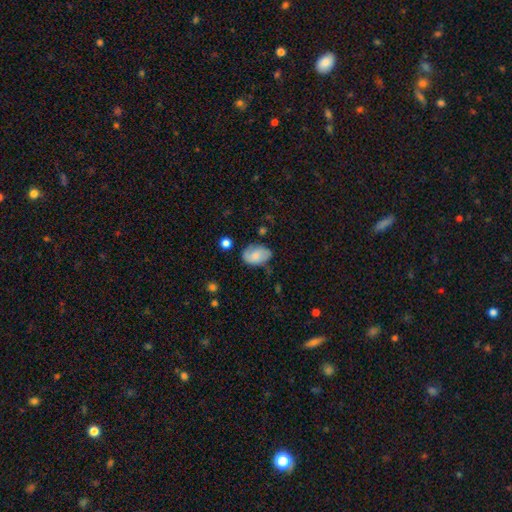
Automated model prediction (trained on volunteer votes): smooth_or_featured: smooth (p=0.63) [alt: featured or disk p=0.29]
how_rounded: in between (p=0.83) [alt: round p=0.16]
merging: none (p=0.66) [alt: minor disturbance p=0.25]